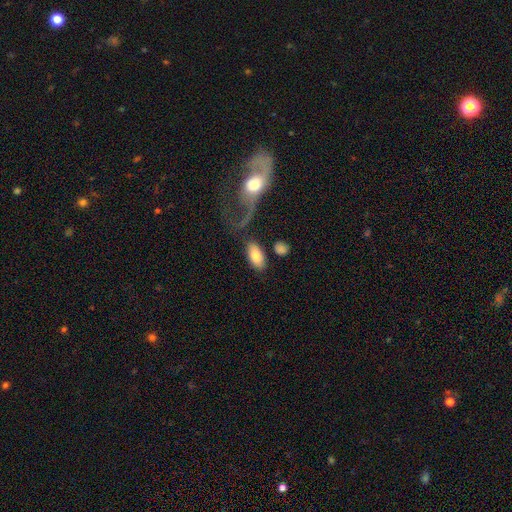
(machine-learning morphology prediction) Q: Smooth or featured?
A: smooth (78%); runner-up: featured or disk (16%)
Q: How rounded?
A: in between (93%); runner-up: cigar-shaped (4%)
Q: Merging?
A: none (64%); runner-up: minor disturbance (13%)